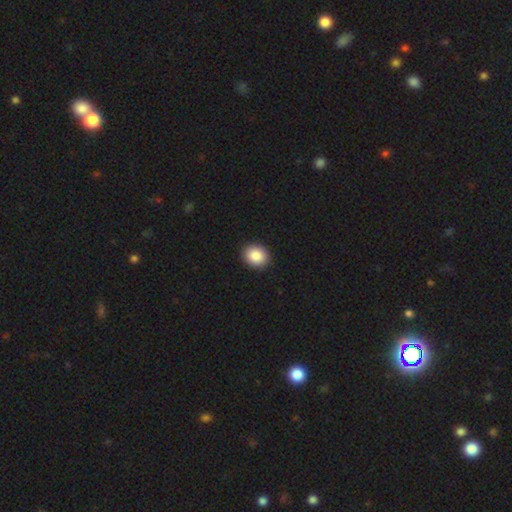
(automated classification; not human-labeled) A smooth galaxy with no disk features (88%) that is round (57%).

Vote fractions:
- Smooth or featured? smooth: 88% / star or artifact: 8% / featured or disk: 4%
- How rounded? round: 57% / in between: 42% / cigar-shaped: 1%
- Merging? none: 92% / minor disturbance: 6% / major disturbance: 2% / merger: 1%